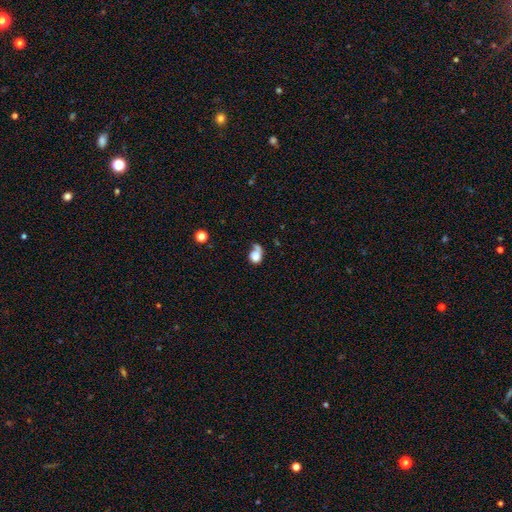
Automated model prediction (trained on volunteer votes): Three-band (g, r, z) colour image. It shows a smooth galaxy with no disk features (73%) that is round (54%). Merging: none (32%).